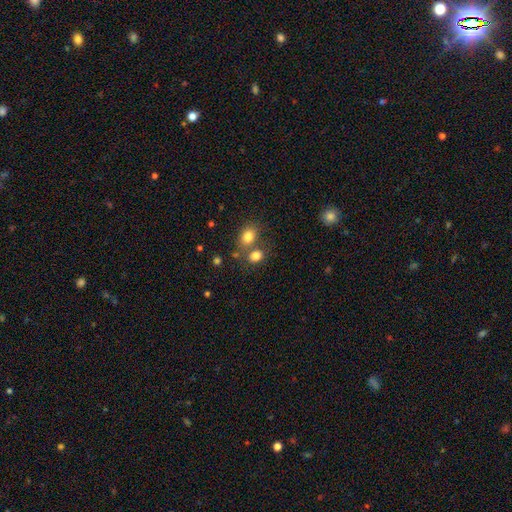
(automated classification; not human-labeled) This is clearly a smooth galaxy (80%). How rounded: possibly in between (54%). Merging: possibly none (50%).